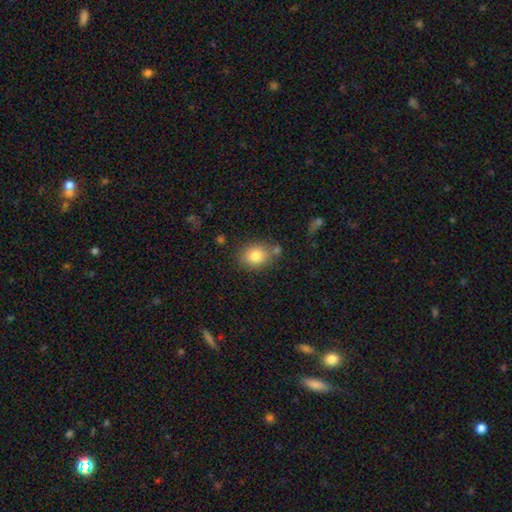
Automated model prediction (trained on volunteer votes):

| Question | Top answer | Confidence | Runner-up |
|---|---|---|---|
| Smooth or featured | smooth | 80% | featured or disk (10%) |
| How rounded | round | 53% | in between (46%) |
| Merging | none | 71% | minor disturbance (15%) |